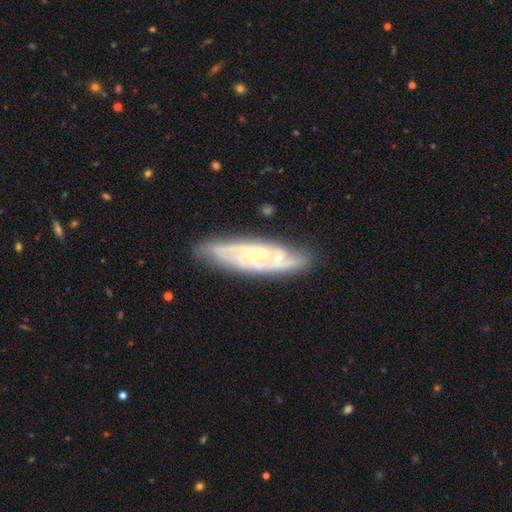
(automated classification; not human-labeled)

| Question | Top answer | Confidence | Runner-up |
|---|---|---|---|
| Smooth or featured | featured or disk | 82% | smooth (12%) |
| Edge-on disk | no | 81% | yes (19%) |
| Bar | no | 57% | weak (34%) |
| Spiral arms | yes | 94% | no (6%) |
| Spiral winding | tight | 57% | medium (35%) |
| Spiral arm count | can't tell | 30% | 2 (27%) |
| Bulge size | small | 62% | moderate (32%) |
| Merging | none | 77% | minor disturbance (17%) |